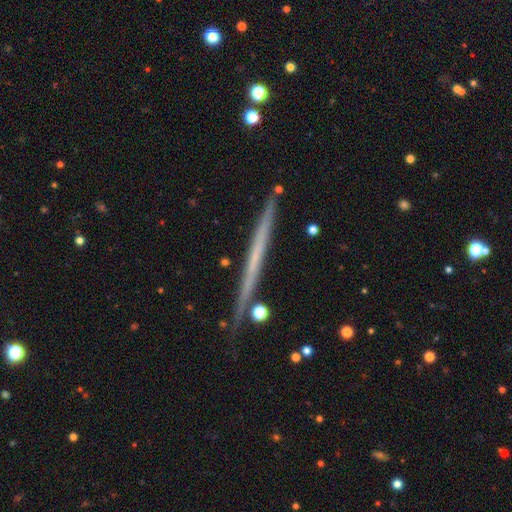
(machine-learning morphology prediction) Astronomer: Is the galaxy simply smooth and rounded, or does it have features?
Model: featured or disk — 57% (runner-up: smooth, 36%).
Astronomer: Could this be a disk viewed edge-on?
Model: yes — 97%.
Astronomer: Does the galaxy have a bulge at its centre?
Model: none — 93%.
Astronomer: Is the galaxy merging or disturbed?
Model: none — 89%.